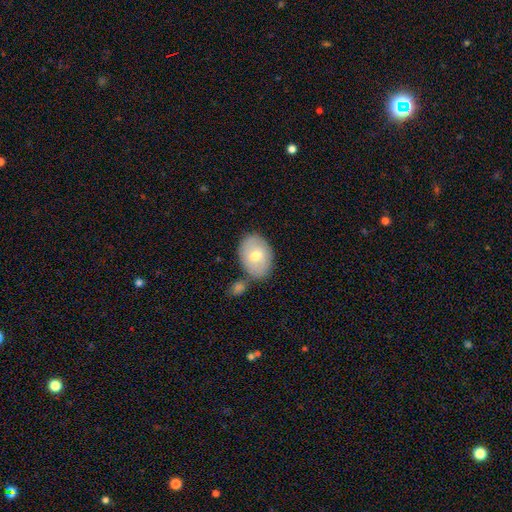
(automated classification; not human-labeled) Smooth or featured? smooth (69%)
How rounded? in between (74%)
Merging? none (66%)